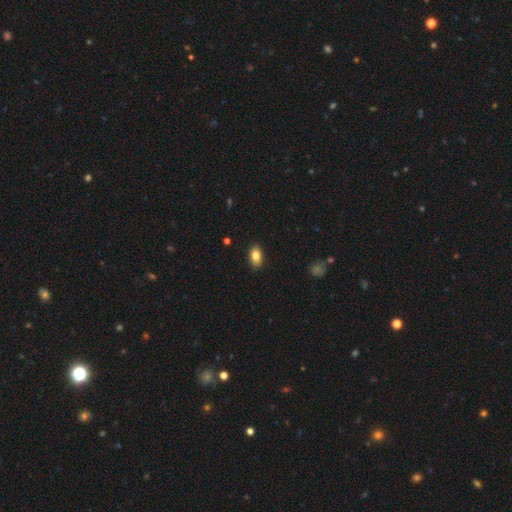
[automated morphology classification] Overall: smooth (84%). How rounded: in between (89%). Merging: none (88%).